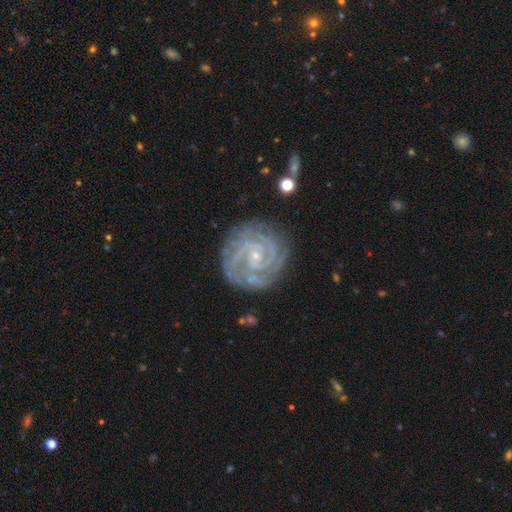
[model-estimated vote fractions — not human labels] Q: Smooth or featured?
A: featured or disk (91%); runner-up: star or artifact (5%)
Q: Edge-on disk?
A: no (98%); runner-up: yes (2%)
Q: Bar?
A: no (61%); runner-up: weak (28%)
Q: Spiral arms?
A: yes (98%); runner-up: no (2%)
Q: Spiral winding?
A: tight (79%); runner-up: medium (19%)
Q: Spiral arm count?
A: 2 (34%); runner-up: 3 (27%)
Q: Bulge size?
A: small (85%); runner-up: moderate (11%)
Q: Merging?
A: none (79%); runner-up: minor disturbance (15%)